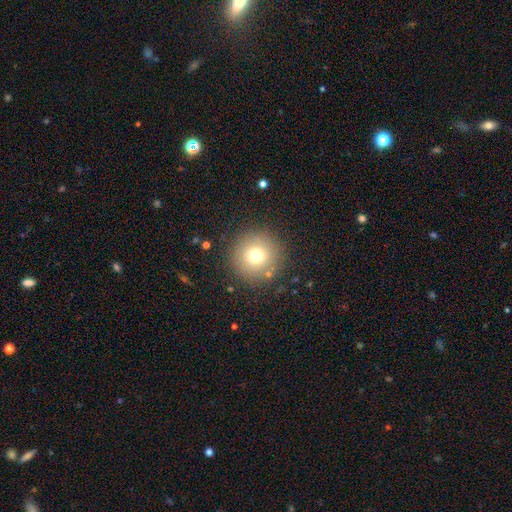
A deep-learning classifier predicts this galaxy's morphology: Smooth or featured? smooth (73%)
How rounded? round (96%)
Merging? none (88%)